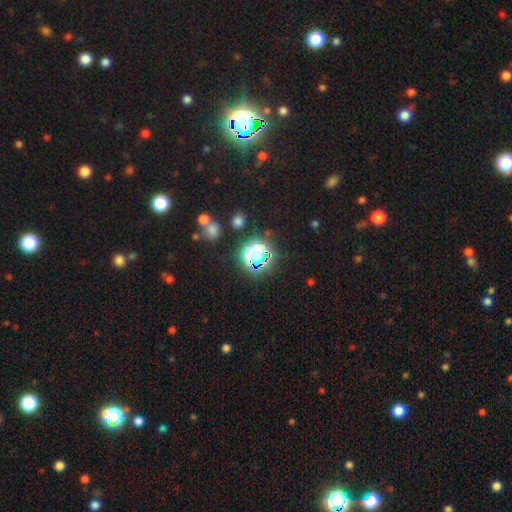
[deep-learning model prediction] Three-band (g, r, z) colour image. It shows a star or artifact, not a galaxy (55%).